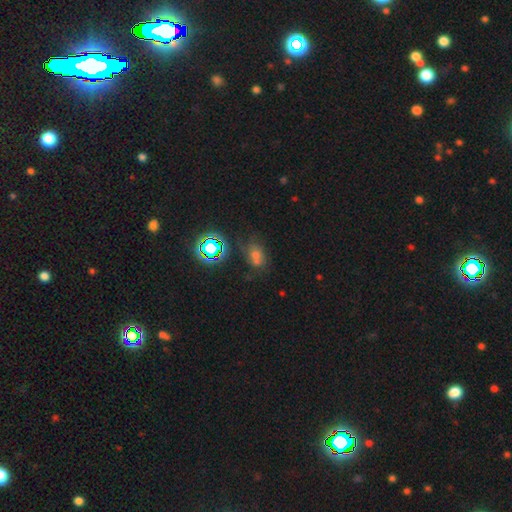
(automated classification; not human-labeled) This appears to be a star or artifact, not a galaxy (45%).